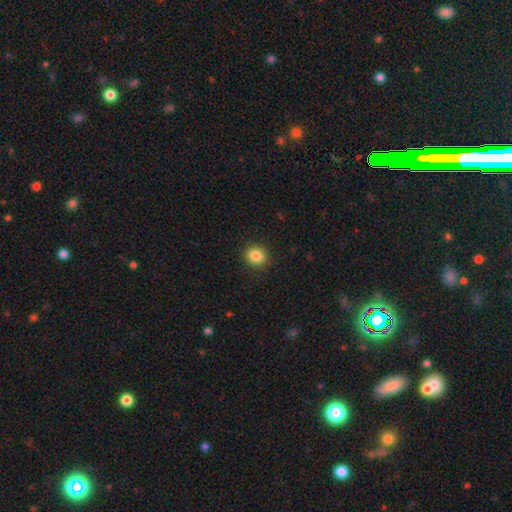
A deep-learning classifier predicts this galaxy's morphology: Q: Smooth or featured?
A: smooth (85%); runner-up: star or artifact (10%)
Q: How rounded?
A: round (76%); runner-up: in between (23%)
Q: Merging?
A: none (90%); runner-up: minor disturbance (7%)